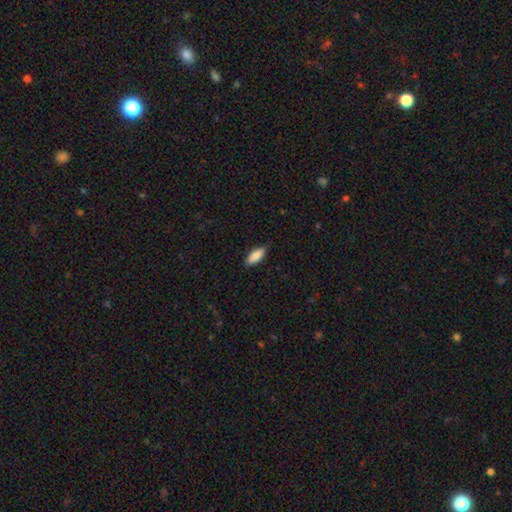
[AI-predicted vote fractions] Q: Smooth or featured?
A: smooth (84%); runner-up: featured or disk (9%)
Q: How rounded?
A: in between (75%); runner-up: cigar-shaped (23%)
Q: Merging?
A: none (79%); runner-up: minor disturbance (18%)